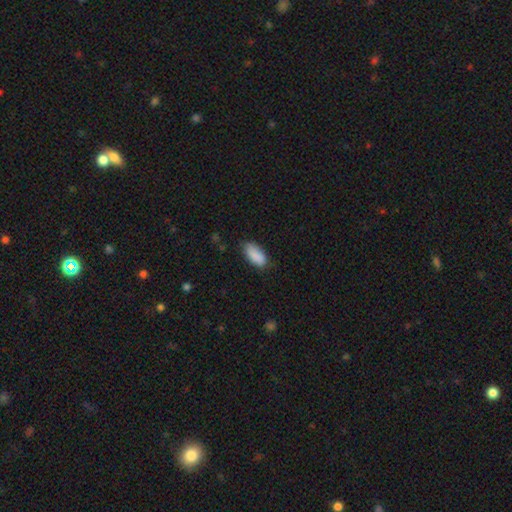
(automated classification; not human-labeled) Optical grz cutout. It shows a smooth galaxy with no disk features (88%) that is in between round and cigar-shaped (90%). Merging: none (71%).